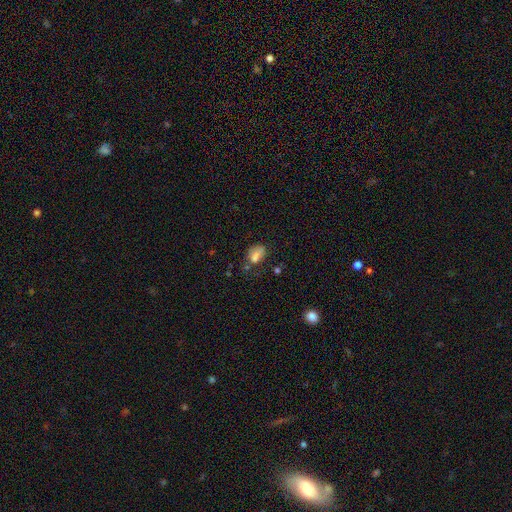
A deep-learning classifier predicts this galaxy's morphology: type=smooth (75%); roundness=in between (80%); merging=none (43%).